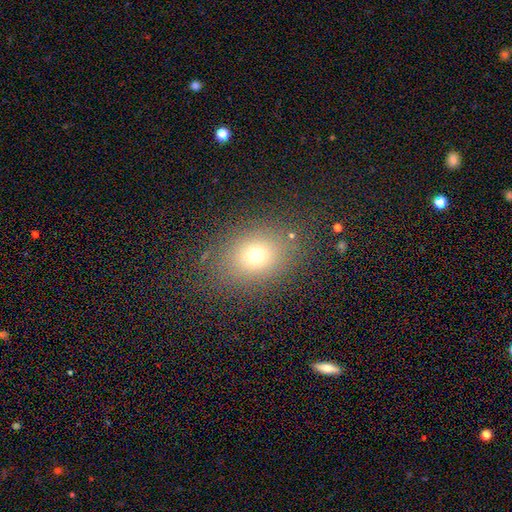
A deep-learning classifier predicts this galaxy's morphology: Smooth or featured? Predicted: smooth (p=0.70). How rounded? Predicted: in between (p=0.54). Merging? Predicted: none (p=0.82).